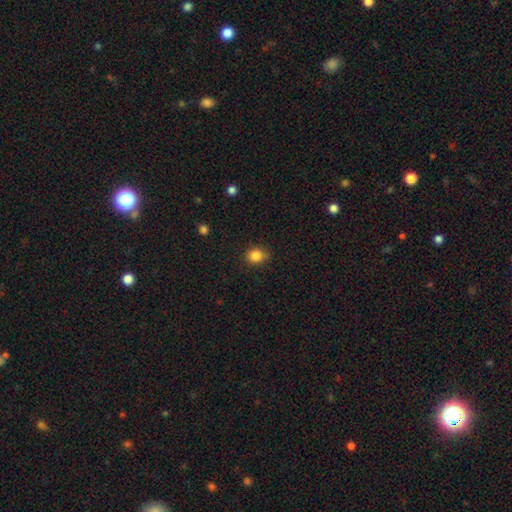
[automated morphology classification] Smooth or featured?
  - smooth: 85% *
  - star or artifact: 11%
  - featured or disk: 4%
How rounded?
  - round: 71% *
  - in between: 28%
  - cigar-shaped: 1%
Merging?
  - none: 78% *
  - minor disturbance: 17%
  - major disturbance: 3%
  - merger: 1%